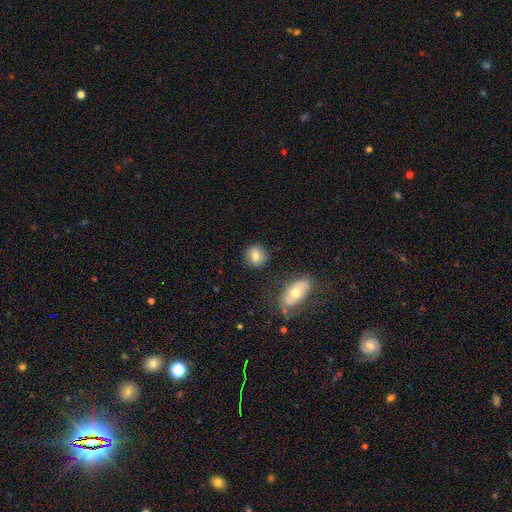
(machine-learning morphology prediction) type=smooth (78%); roundness=round (79%); merging=none (82%).